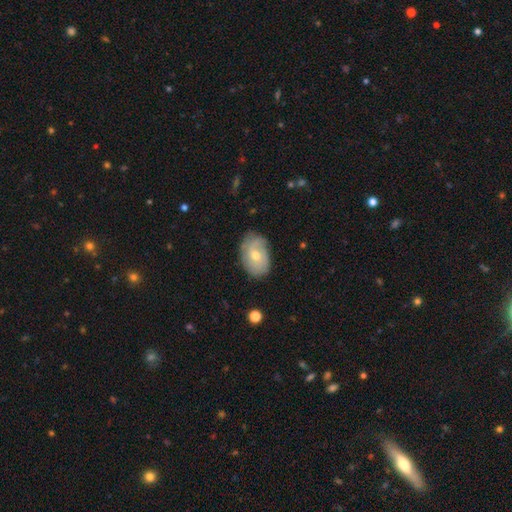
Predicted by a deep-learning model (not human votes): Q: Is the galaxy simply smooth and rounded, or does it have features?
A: featured or disk — 62%.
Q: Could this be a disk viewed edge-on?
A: no — 94%.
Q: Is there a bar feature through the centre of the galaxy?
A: no — 66%.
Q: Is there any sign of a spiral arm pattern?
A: yes — 81%.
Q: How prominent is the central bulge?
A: moderate — 62%.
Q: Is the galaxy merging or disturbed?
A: none — 77%.